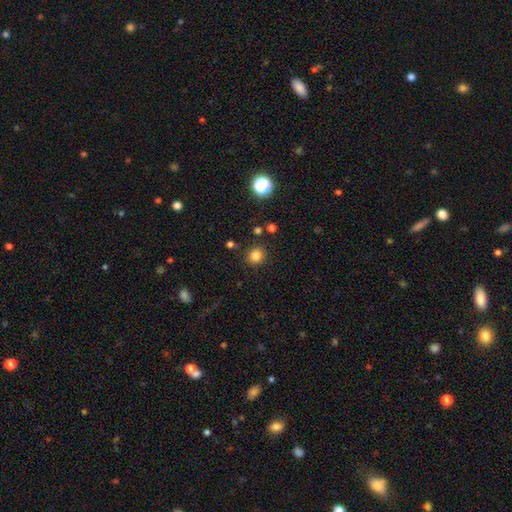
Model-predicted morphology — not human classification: type=smooth (82%); roundness=round (85%); merging=none (87%).